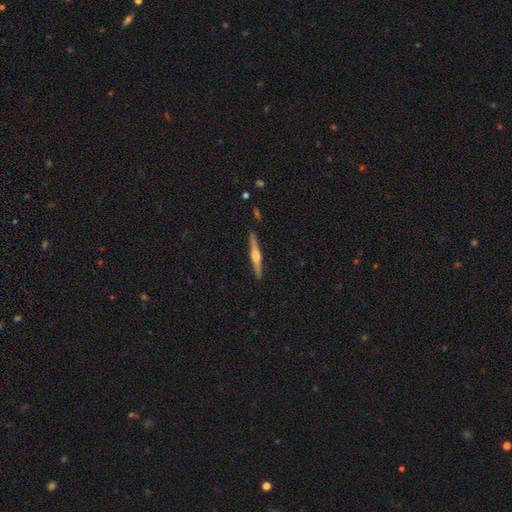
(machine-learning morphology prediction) featured or disk 76%, smooth 18%, star or artifact 5%. Down the decision tree: edge-on disk — yes (98%); edge-on bulge — rounded (91%); merging — none (91%).